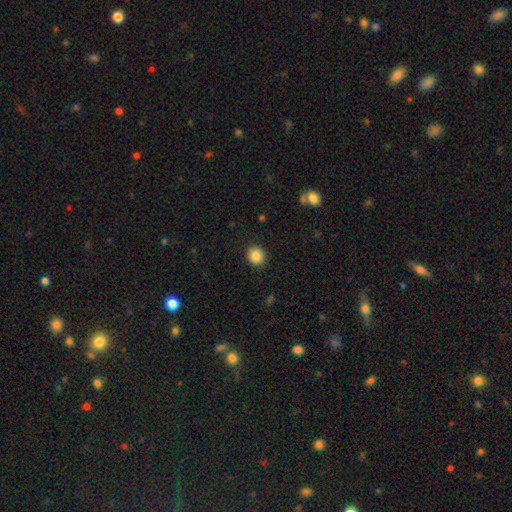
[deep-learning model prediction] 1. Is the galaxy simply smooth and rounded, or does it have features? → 87% smooth, 9% star or artifact, 3% featured or disk.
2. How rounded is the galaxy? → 82% round, 17% in between, 1% cigar-shaped.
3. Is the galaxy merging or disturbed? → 90% none, 7% minor disturbance, 2% major disturbance, 1% merger.